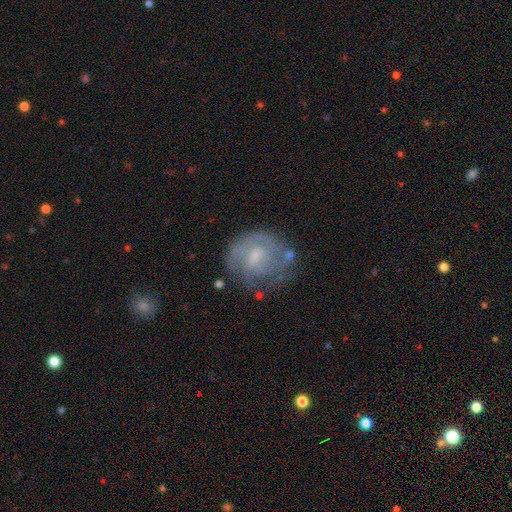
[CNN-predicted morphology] Smooth or featured: featured or disk — 69% (smooth — 23%)
Edge-on disk: no — 97% (yes — 3%)
Bar: weak — 55% (no — 36%)
Spiral arms: yes — 79% (no — 21%)
Spiral winding: tight — 53% (medium — 34%)
Spiral arm count: can't tell — 44% (2 — 26%)
Bulge size: small — 48% (moderate — 34%)
Merging: none — 55% (minor disturbance — 25%)